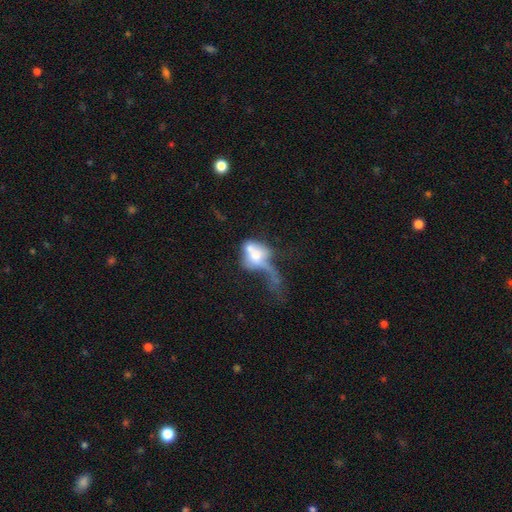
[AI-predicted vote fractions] This is possibly a smooth galaxy (51%). How rounded: likely in between (63%). Merging: marginally major disturbance (41%).